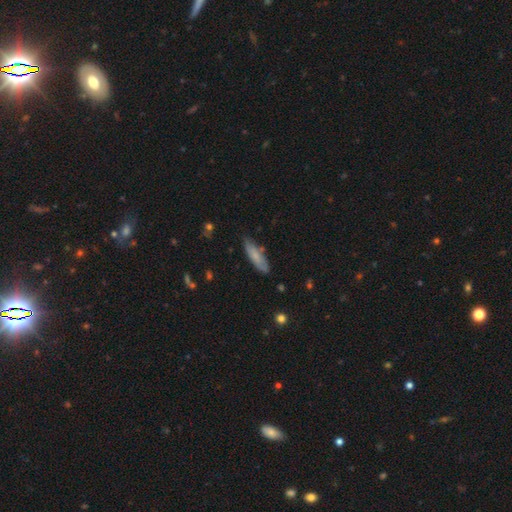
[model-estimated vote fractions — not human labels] Morphology: type=smooth (69%); roundness=cigar-shaped (56%); merging=none (74%).